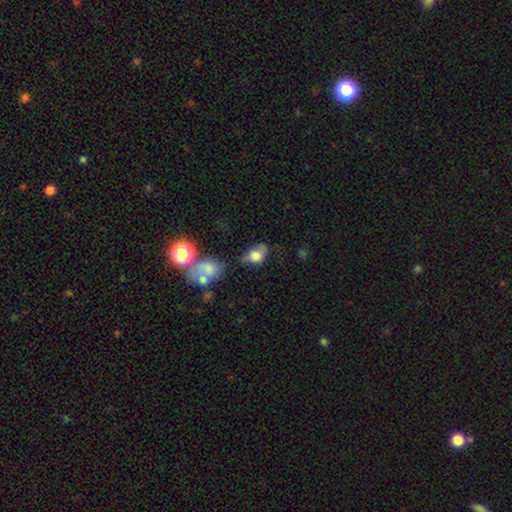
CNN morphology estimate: A smooth galaxy with no disk features (71%) that is in between round and cigar-shaped (69%).

Vote fractions:
- Smooth or featured? smooth: 71% / featured or disk: 19% / star or artifact: 10%
- How rounded? in between: 69% / round: 29% / cigar-shaped: 2%
- Merging? none: 34% / minor disturbance: 32% / major disturbance: 21% / merger: 13%